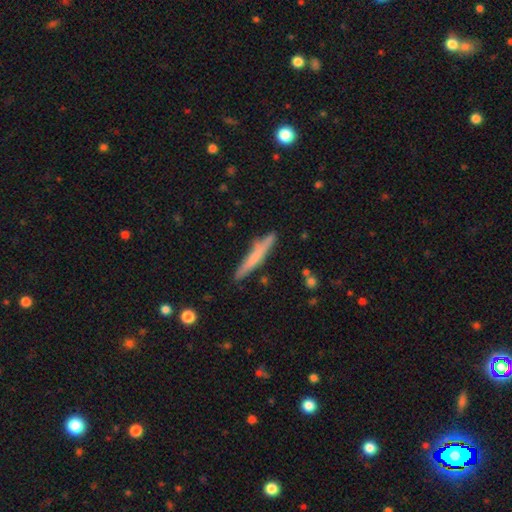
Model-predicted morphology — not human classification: type=smooth (61%); roundness=cigar-shaped (95%); merging=none (84%).